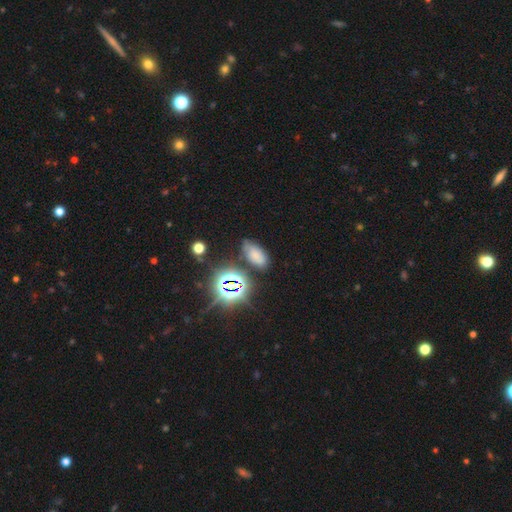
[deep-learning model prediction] Morphology: type=smooth (59%); roundness=in between (90%); merging=none (70%).